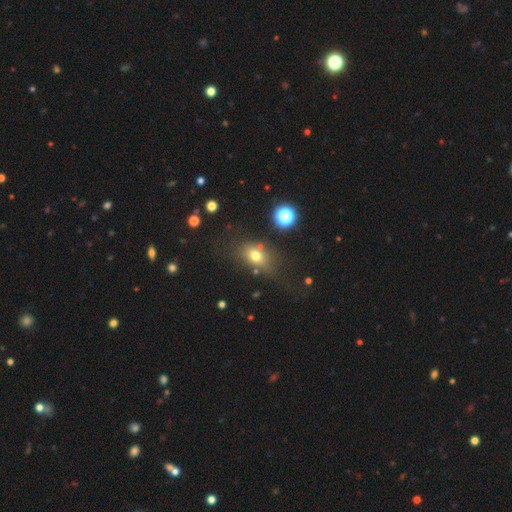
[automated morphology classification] smooth 71%, star or artifact 16%, featured or disk 14%. Down the decision tree: how rounded — in between (68%); merging — none (68%).